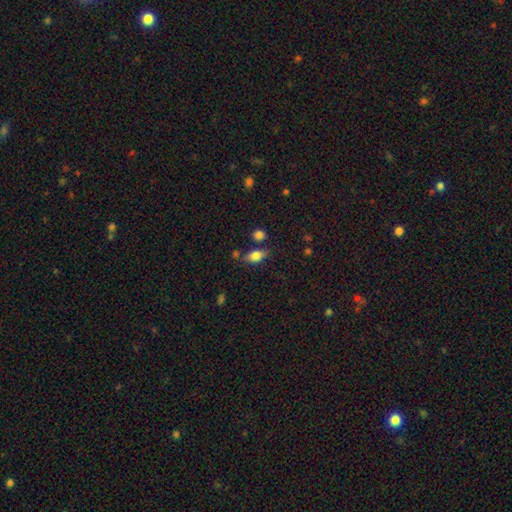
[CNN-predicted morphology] Smooth or featured?
  - smooth: 80% *
  - featured or disk: 12%
  - star or artifact: 9%
How rounded?
  - in between: 84% *
  - round: 10%
  - cigar-shaped: 7%
Merging?
  - none: 71% *
  - minor disturbance: 16%
  - merger: 8%
  - major disturbance: 5%